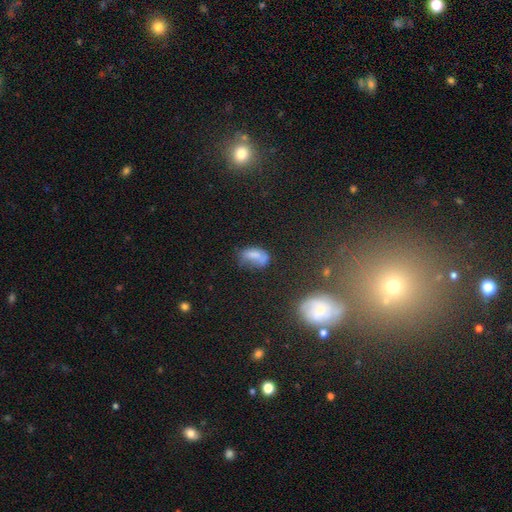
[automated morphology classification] Smooth or featured: smooth — 65% (featured or disk — 19%)
How rounded: in between — 85% (round — 9%)
Merging: none — 33% (minor disturbance — 30%)